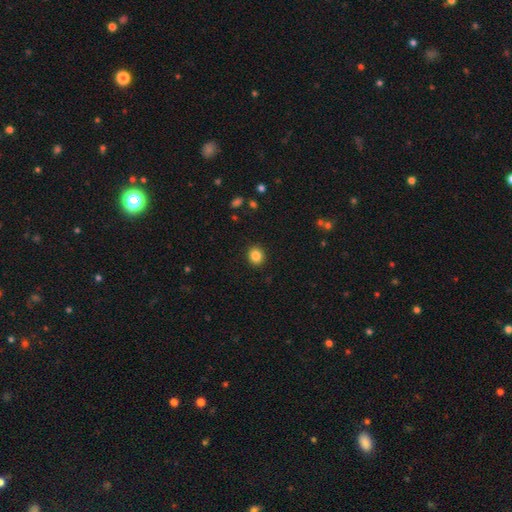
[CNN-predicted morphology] Smooth or featured?
  - smooth: 85% *
  - star or artifact: 10%
  - featured or disk: 4%
How rounded?
  - round: 80% *
  - in between: 20%
  - cigar-shaped: 1%
Merging?
  - none: 91% *
  - minor disturbance: 6%
  - major disturbance: 2%
  - merger: 1%